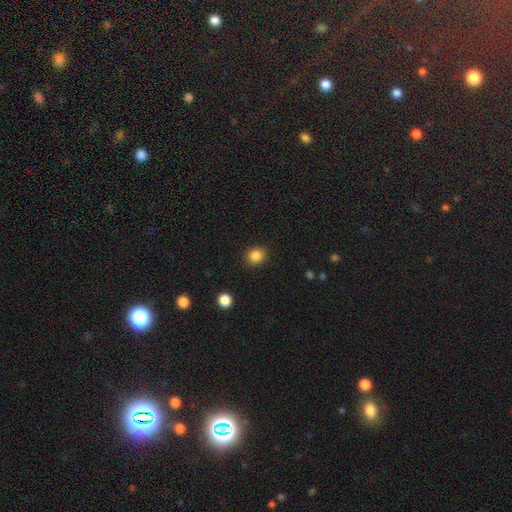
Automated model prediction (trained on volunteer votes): Overall: smooth (85%). How rounded: round (73%). Merging: none (89%).